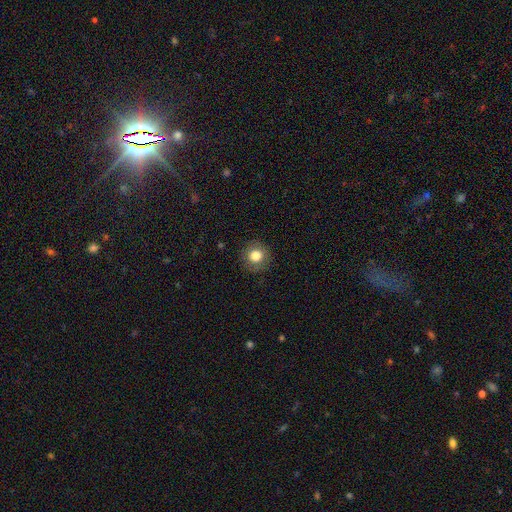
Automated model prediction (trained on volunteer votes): smooth-or-featured: smooth: 80% | featured or disk: 10% | star or artifact: 10%
  how-rounded: round: 92% | in between: 7% | cigar-shaped: 1%
  merging: none: 87% | minor disturbance: 9% | major disturbance: 3% | merger: 1%